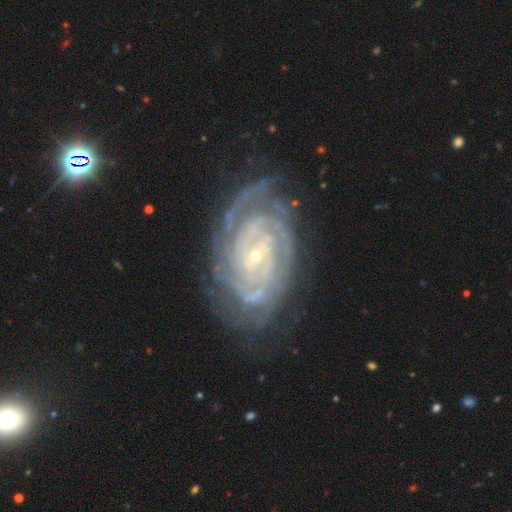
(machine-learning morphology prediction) This is clearly a featured or disk galaxy (91%). It is clearly not viewed edge-on (97%). Bar: possibly no (45%). Spiral arm pattern: clearly yes (98%). Spiral arm count: marginally 2 (23%). Spiral winding: likely tight (79%). Central bulge: clearly small (84%). Merging: likely none (75%).